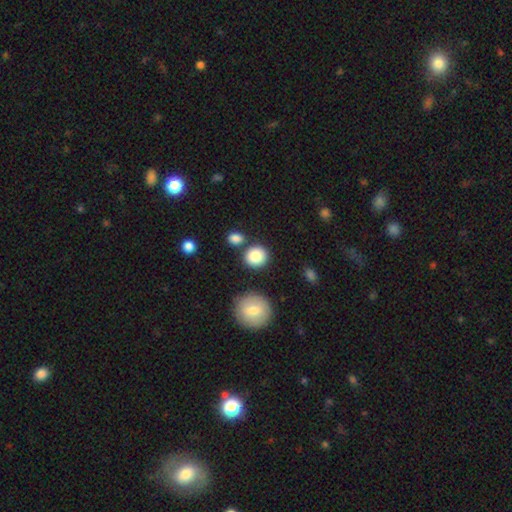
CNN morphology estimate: smooth-or-featured: smooth: 85% | star or artifact: 8% | featured or disk: 7%
  how-rounded: round: 87% | in between: 12% | cigar-shaped: 1%
  merging: none: 78% | merger: 10% | minor disturbance: 9% | major disturbance: 3%